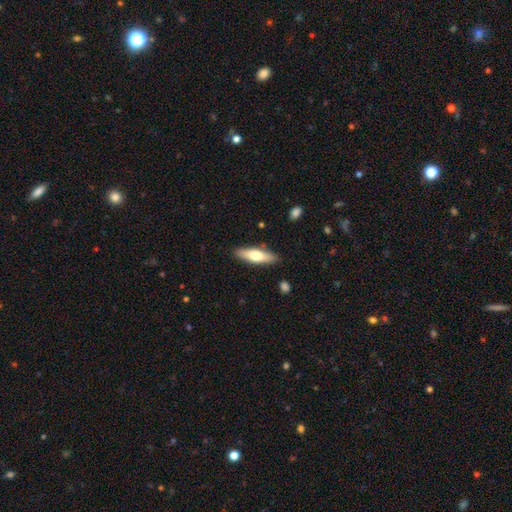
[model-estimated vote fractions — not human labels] Overall: smooth (61%; featured or disk 34%). How rounded: cigar-shaped (58%; in between 40%). Merging: none (87%).